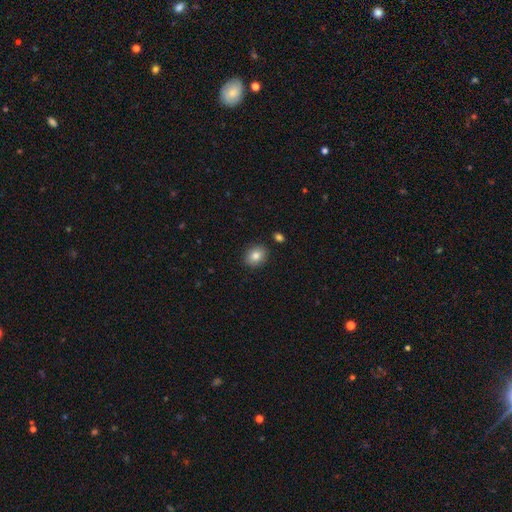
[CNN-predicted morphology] This is clearly a smooth galaxy (84%). How rounded: possibly round (56%). Merging: clearly none (87%).